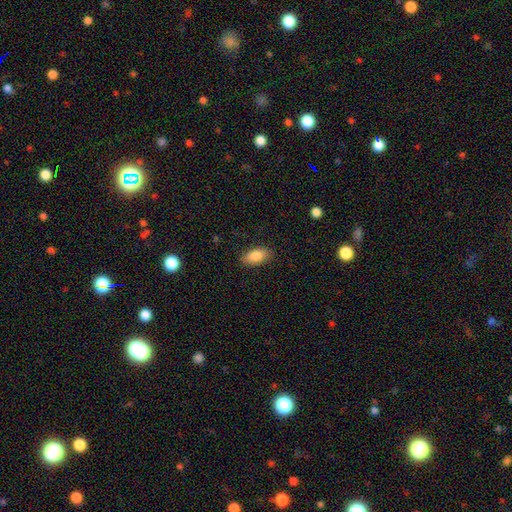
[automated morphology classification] This is clearly a smooth galaxy (85%). How rounded: clearly in between (91%). Merging: clearly none (87%).